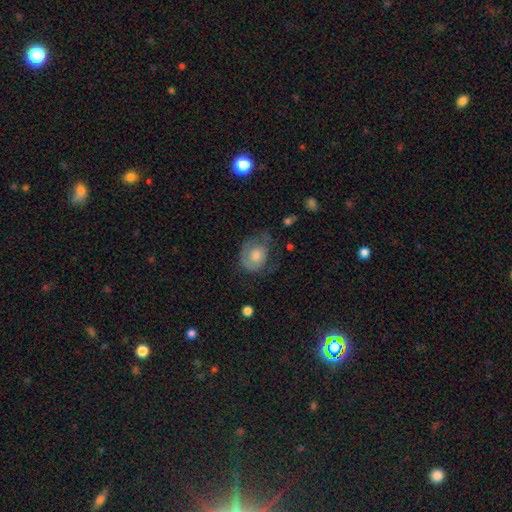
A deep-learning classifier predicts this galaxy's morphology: smooth_or_featured: featured or disk (p=0.47) [alt: smooth p=0.43]
merging: none (p=0.51) [alt: minor disturbance p=0.25]